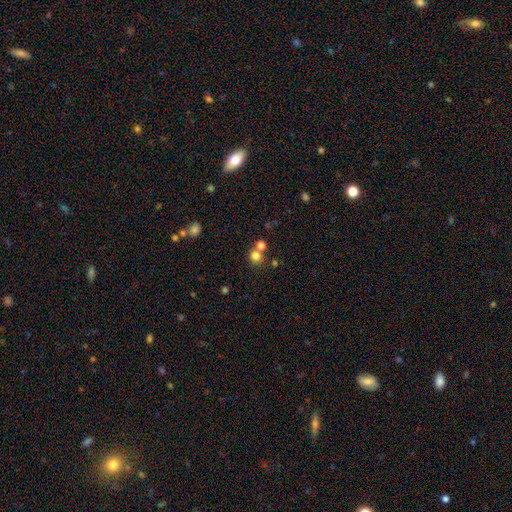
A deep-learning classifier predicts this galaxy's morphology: A smooth galaxy with no disk features (78%) that is round (81%). Merging: none (59%).